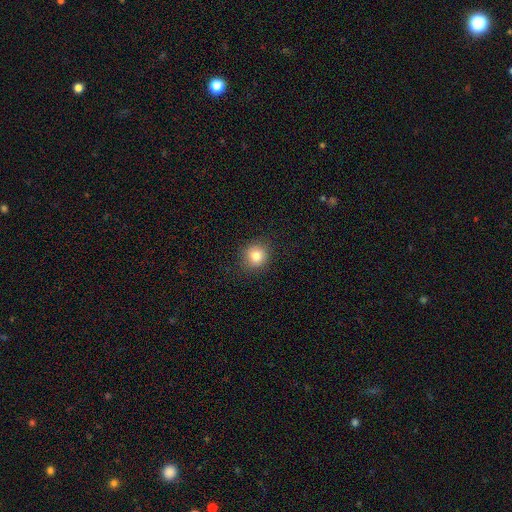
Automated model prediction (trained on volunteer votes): smooth-or-featured: smooth: 81% | star or artifact: 12% | featured or disk: 8%
  how-rounded: round: 88% | in between: 11% | cigar-shaped: 1%
  merging: none: 89% | minor disturbance: 7% | major disturbance: 2% | merger: 1%